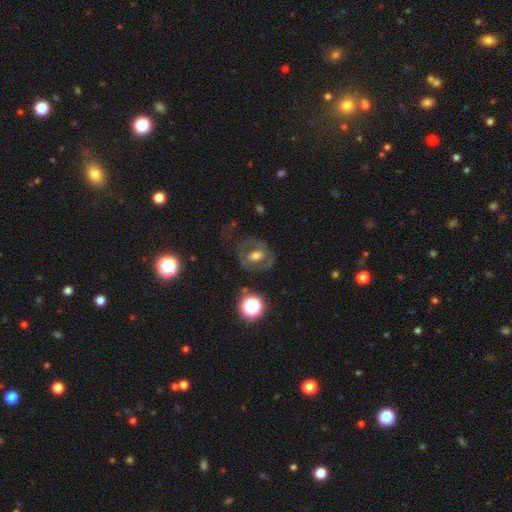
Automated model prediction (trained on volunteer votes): Smooth or featured?
  - featured or disk: 58% *
  - smooth: 31%
  - star or artifact: 10%
Edge-on disk?
  - no: 95% *
  - yes: 5%
Bar?
  - no: 49% *
  - weak: 33%
  - strong: 18%
Spiral arms?
  - no: 58% *
  - yes: 42%
Bulge size?
  - moderate: 52% *
  - large: 27%
  - small: 14%
  - none: 4%
  - dominant: 3%
Merging?
  - none: 62% *
  - major disturbance: 18%
  - minor disturbance: 17%
  - merger: 2%